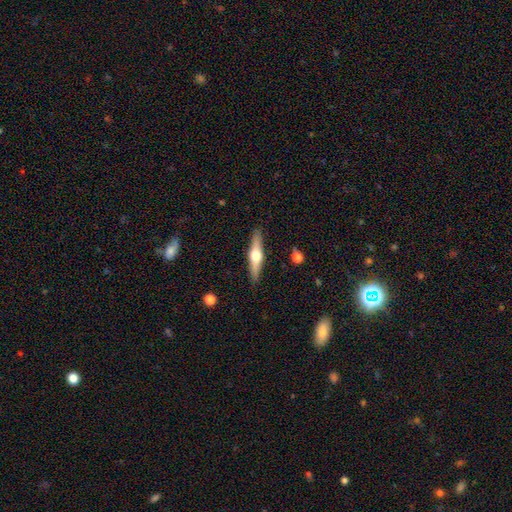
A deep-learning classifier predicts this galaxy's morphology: The model was most divided on "smooth or featured": featured or disk: 65%, smooth: 29%, star or artifact: 6%. More confident: edge-on disk — yes (96%); edge-on bulge — rounded (95%); merging — none (90%).